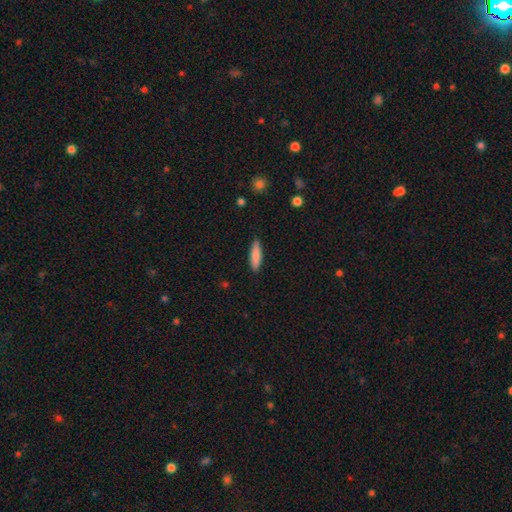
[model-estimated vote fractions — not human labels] A smooth galaxy with no disk features (84%) that is cigar-shaped (75%).

Vote fractions:
- Smooth or featured? smooth: 84% / featured or disk: 10% / star or artifact: 6%
- How rounded? cigar-shaped: 75% / in between: 24% / round: 1%
- Merging? none: 88% / minor disturbance: 9% / major disturbance: 2% / merger: 1%